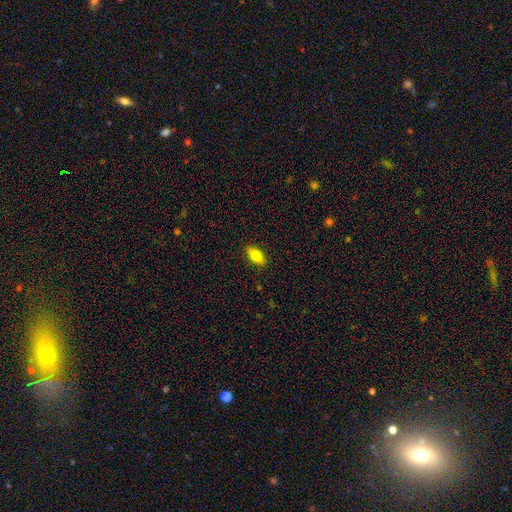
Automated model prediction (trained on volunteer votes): Overall: smooth (81%). How rounded: in between (84%). Merging: none (88%).